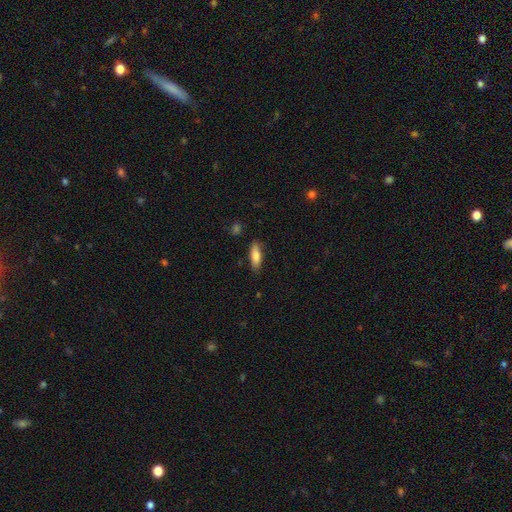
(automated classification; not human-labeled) This is likely a smooth galaxy (79%). How rounded: possibly cigar-shaped (49%, tied with in between). Merging: clearly none (83%).